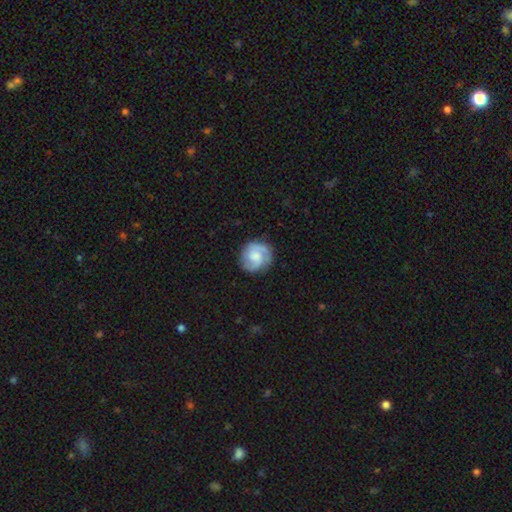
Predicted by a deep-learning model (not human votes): This is likely a featured or disk galaxy (67%). It is clearly not viewed edge-on (98%). Bar: possibly no (55%). Spiral arm pattern: clearly yes (93%). Spiral arm count: possibly 2 (60%). Spiral winding: marginally medium (45%). Central bulge: marginally moderate (41%). Merging: clearly none (80%).